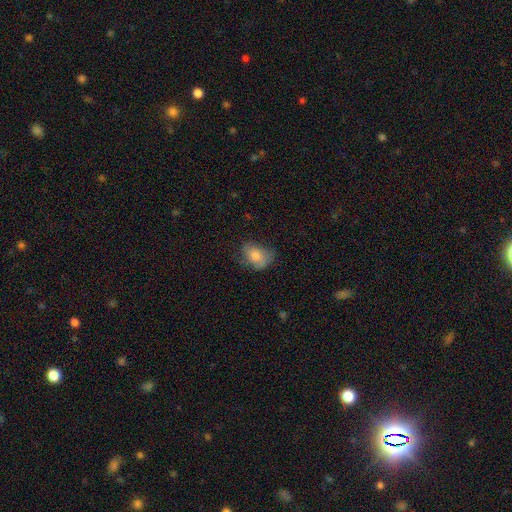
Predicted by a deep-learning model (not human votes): Morphology: type=smooth (76%); roundness=in between (72%); merging=none (54%).